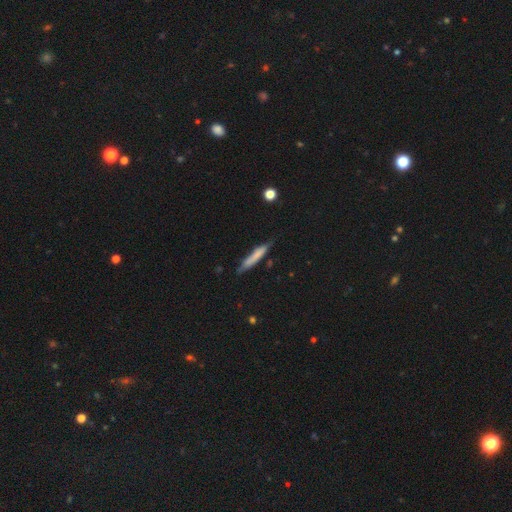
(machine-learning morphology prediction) Smooth or featured? Predicted: smooth (p=0.70). How rounded? Predicted: cigar-shaped (p=0.92). Merging? Predicted: none (p=0.72).